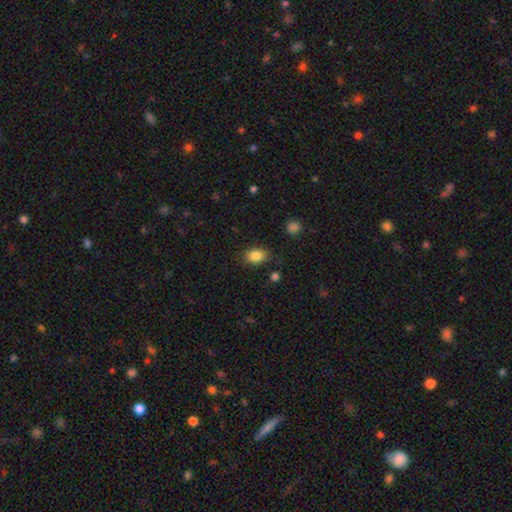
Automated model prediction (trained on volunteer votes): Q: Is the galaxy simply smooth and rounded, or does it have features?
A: smooth — 84%.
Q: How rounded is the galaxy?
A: in between — 81%.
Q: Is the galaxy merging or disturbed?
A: none — 83%.